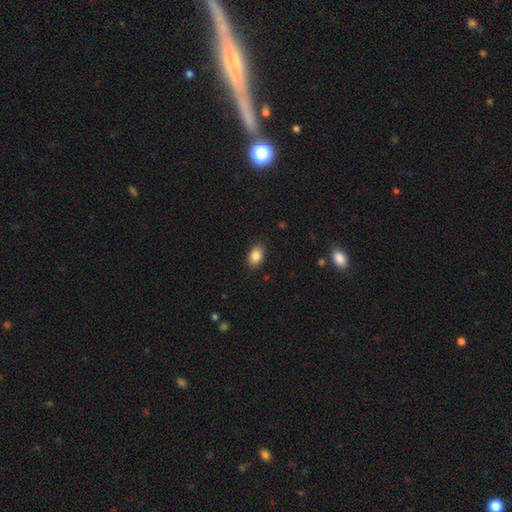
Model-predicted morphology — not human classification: smooth-or-featured: smooth: 86% | star or artifact: 8% | featured or disk: 5%
  how-rounded: in between: 87% | round: 12% | cigar-shaped: 2%
  merging: none: 87% | minor disturbance: 10% | major disturbance: 2% | merger: 1%